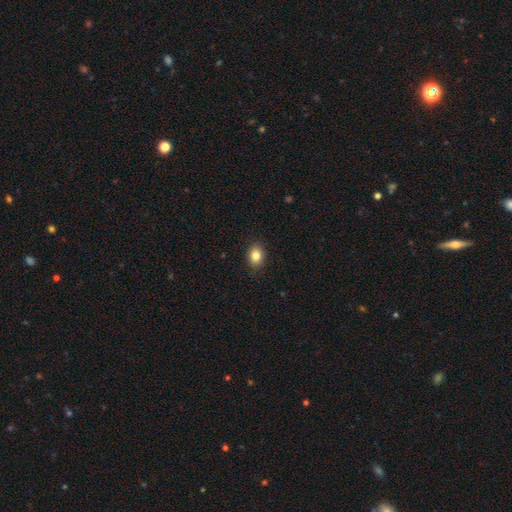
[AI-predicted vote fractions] Smooth or featured: smooth — 84% (star or artifact — 10%)
How rounded: in between — 63% (round — 36%)
Merging: none — 89% (minor disturbance — 8%)